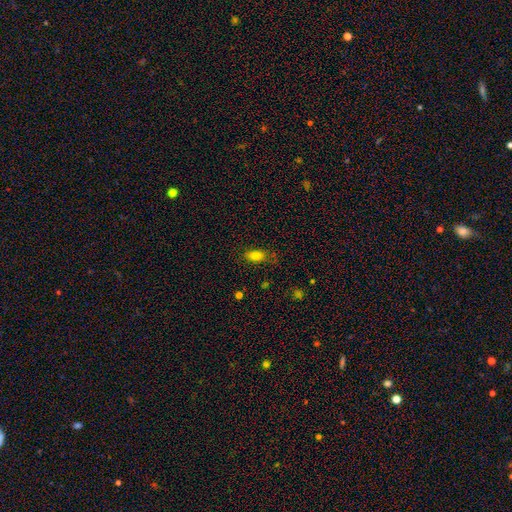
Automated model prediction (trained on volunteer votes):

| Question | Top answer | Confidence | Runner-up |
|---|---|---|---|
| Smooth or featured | smooth | 80% | star or artifact (11%) |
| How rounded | in between | 84% | round (9%) |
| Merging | none | 75% | minor disturbance (18%) |